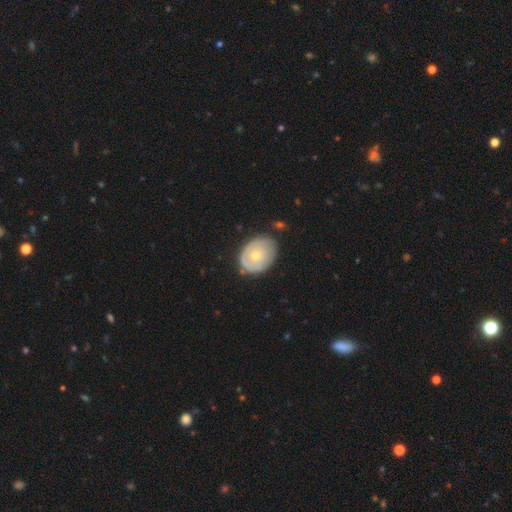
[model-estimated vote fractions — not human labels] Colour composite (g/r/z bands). It shows a smooth galaxy with no disk features (50%) that is in between round and cigar-shaped (58%). Merging: none (65%).